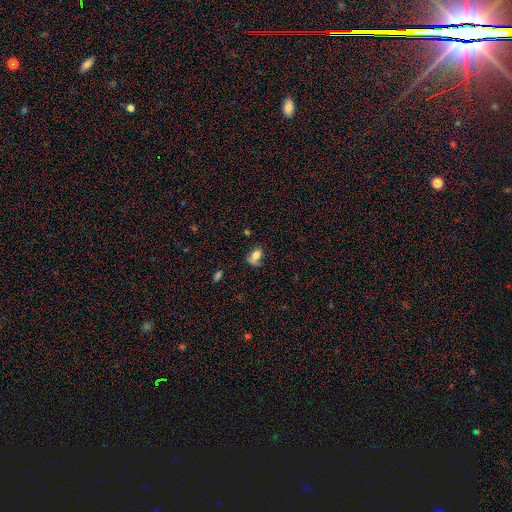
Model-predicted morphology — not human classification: A smooth galaxy with no disk features (75%) that is in between round and cigar-shaped (84%). Merging: none (42%).